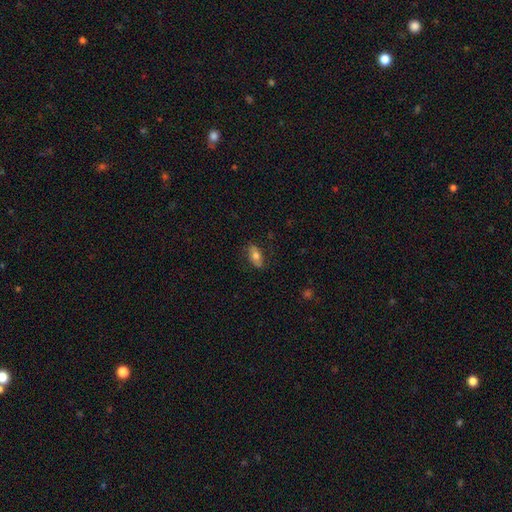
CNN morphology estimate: Smooth or featured? Predicted: smooth (p=0.65). How rounded? Predicted: in between (p=0.86). Merging? Predicted: none (p=0.79).